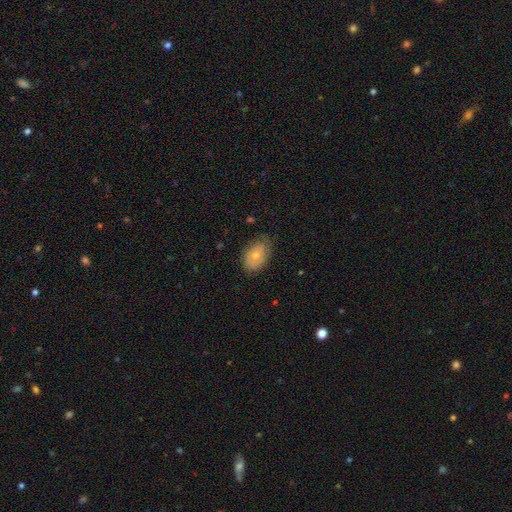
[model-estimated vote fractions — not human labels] Smooth or featured? Predicted: smooth (p=0.64). How rounded? Predicted: in between (p=0.82). Merging? Predicted: none (p=0.65).